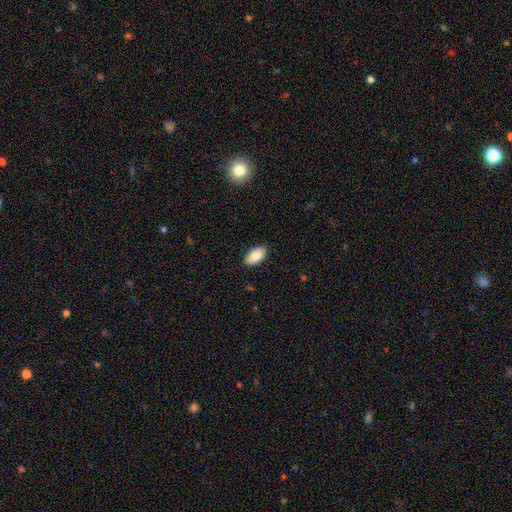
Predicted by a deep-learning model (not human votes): The model was most divided on "smooth or featured": smooth: 85%, featured or disk: 8%, star or artifact: 7%. More confident: how rounded — in between (94%); merging — none (88%).